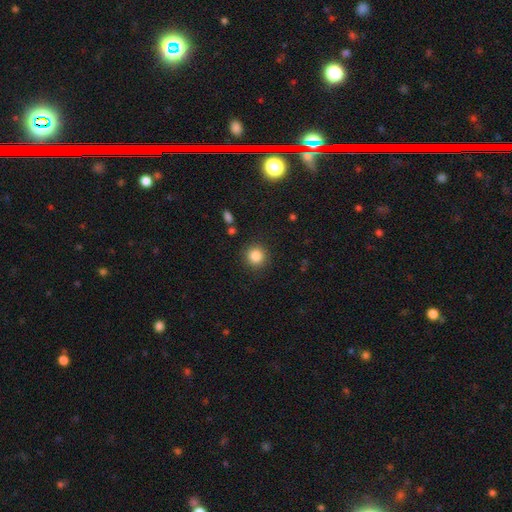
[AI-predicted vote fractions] A smooth galaxy with no disk features (85%) that is round (94%). Merging: none (90%).